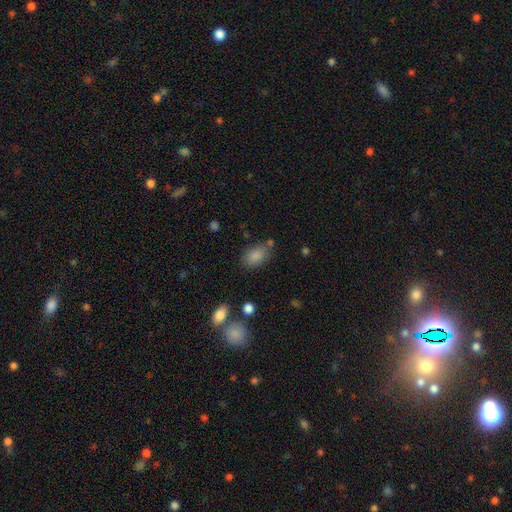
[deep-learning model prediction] The model was most divided on "merging": none: 73%, minor disturbance: 16%, merger: 7%, major disturbance: 5%. More confident: how rounded — in between (90%); smooth or featured — smooth (86%).